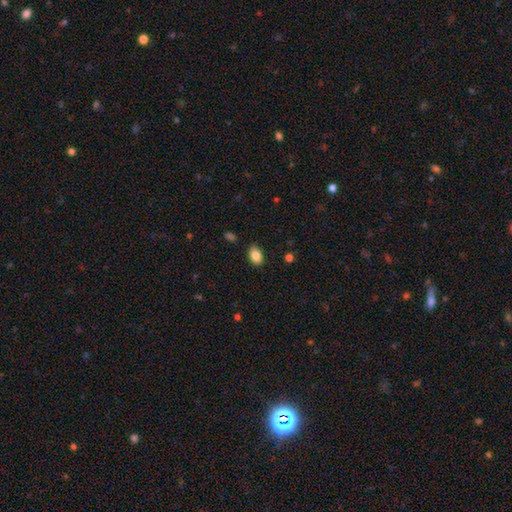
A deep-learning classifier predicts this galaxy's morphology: Smooth or featured?
  - smooth: 85% *
  - star or artifact: 8%
  - featured or disk: 7%
How rounded?
  - in between: 86% *
  - round: 13%
  - cigar-shaped: 1%
Merging?
  - none: 86% *
  - minor disturbance: 10%
  - major disturbance: 2%
  - merger: 1%